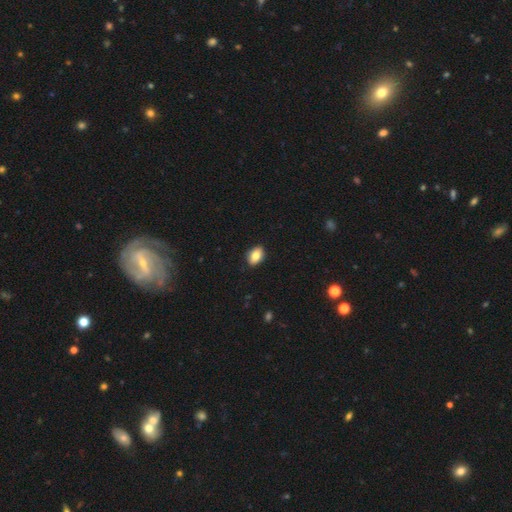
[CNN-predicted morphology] Smooth or featured?
  - smooth: 81% *
  - featured or disk: 11%
  - star or artifact: 8%
How rounded?
  - in between: 86% *
  - round: 12%
  - cigar-shaped: 2%
Merging?
  - none: 88% *
  - minor disturbance: 10%
  - major disturbance: 2%
  - merger: 1%